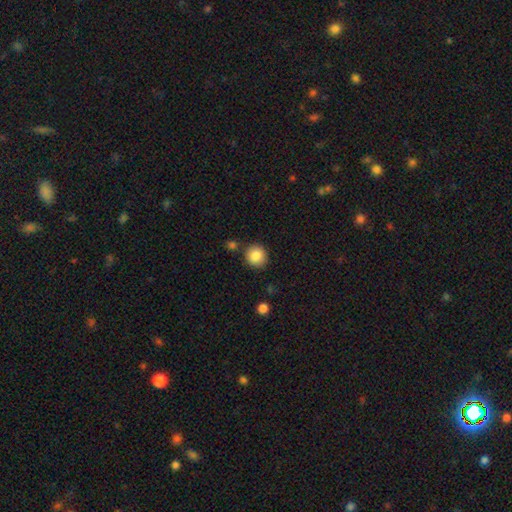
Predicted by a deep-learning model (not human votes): This is clearly a smooth galaxy (87%). How rounded: clearly round (90%). Merging: clearly none (84%).